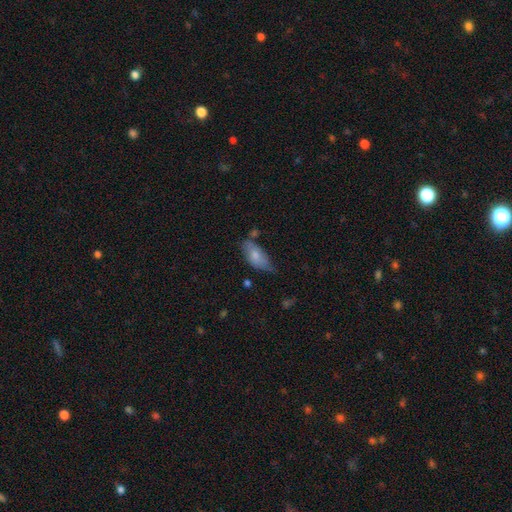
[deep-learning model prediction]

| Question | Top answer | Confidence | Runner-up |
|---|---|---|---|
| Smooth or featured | smooth | 74% | featured or disk (19%) |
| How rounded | in between | 90% | cigar-shaped (7%) |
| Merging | none | 45% | minor disturbance (38%) |